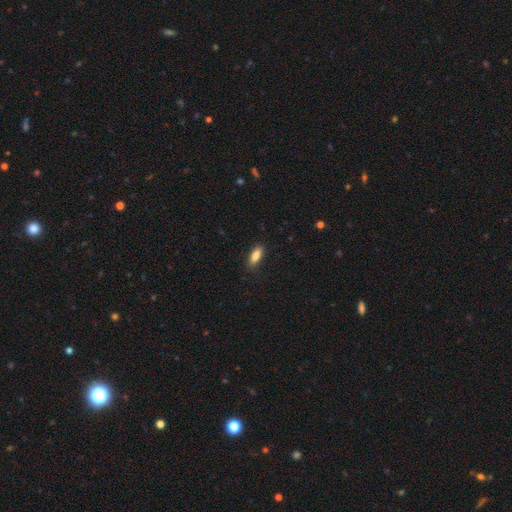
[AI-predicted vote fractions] Smooth or featured? Predicted: smooth (p=0.83). How rounded? Predicted: in between (p=0.73). Merging? Predicted: none (p=0.85).